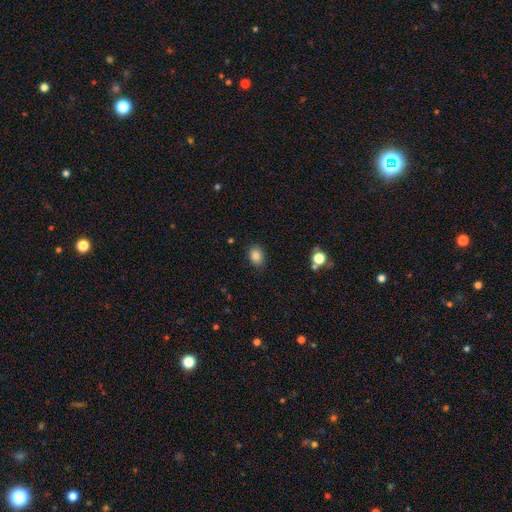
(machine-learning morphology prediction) A smooth galaxy with no disk features (85%) that is in between round and cigar-shaped (65%).

Vote fractions:
- Smooth or featured? smooth: 85% / star or artifact: 10% / featured or disk: 5%
- How rounded? in between: 65% / round: 34% / cigar-shaped: 1%
- Merging? none: 84% / minor disturbance: 12% / major disturbance: 3% / merger: 1%